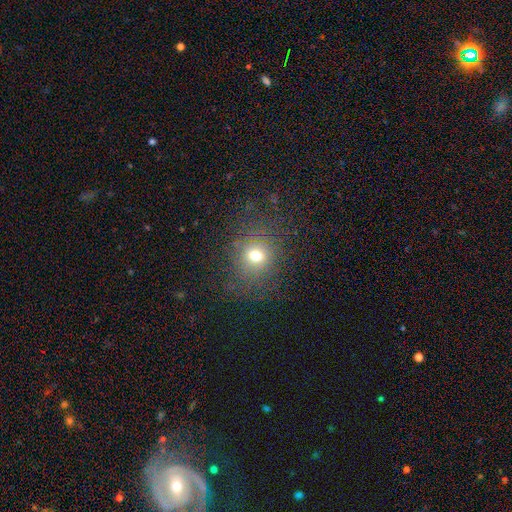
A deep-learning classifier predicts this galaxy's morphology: A smooth galaxy with no disk features (68%) that is round (79%).

Vote fractions:
- Smooth or featured? smooth: 68% / star or artifact: 21% / featured or disk: 11%
- How rounded? round: 79% / in between: 20% / cigar-shaped: 1%
- Merging? none: 81% / minor disturbance: 11% / major disturbance: 7% / merger: 1%